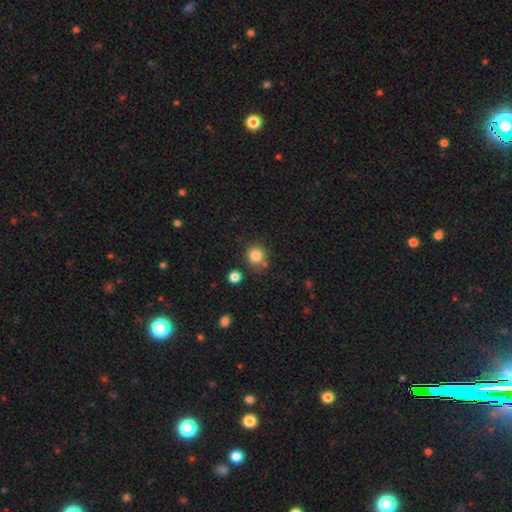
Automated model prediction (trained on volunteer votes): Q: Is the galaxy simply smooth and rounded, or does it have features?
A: smooth — 84%.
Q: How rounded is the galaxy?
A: round — 89%.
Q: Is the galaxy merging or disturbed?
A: none — 78%.